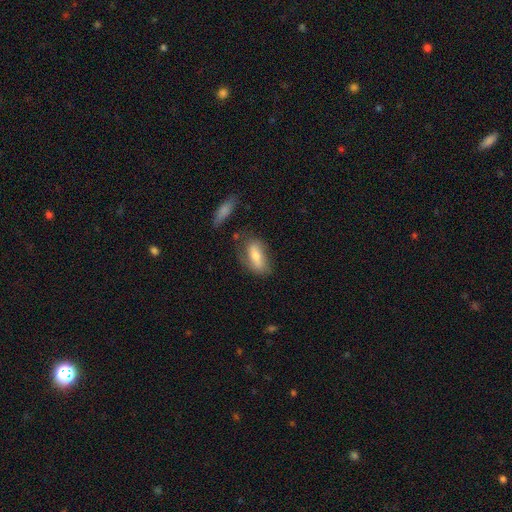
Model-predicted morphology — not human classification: smooth_or_featured: smooth (p=0.61) [alt: featured or disk p=0.32]
how_rounded: in between (p=0.76) [alt: cigar-shaped p=0.19]
merging: none (p=0.61) [alt: minor disturbance p=0.24]